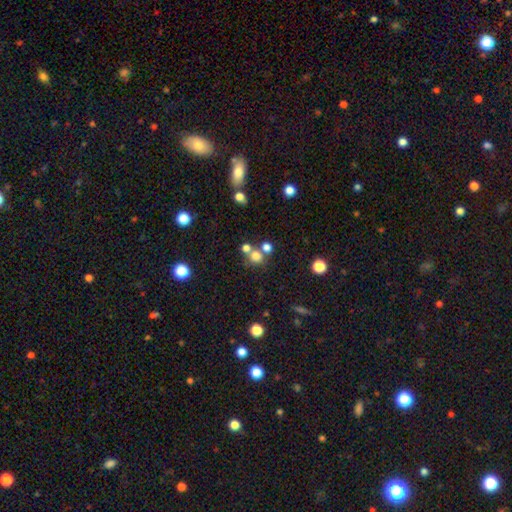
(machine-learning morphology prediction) Smooth or featured?
  - smooth: 74% *
  - star or artifact: 17%
  - featured or disk: 9%
How rounded?
  - round: 87% *
  - in between: 12%
  - cigar-shaped: 1%
Merging?
  - none: 57% *
  - merger: 31%
  - minor disturbance: 8%
  - major disturbance: 4%